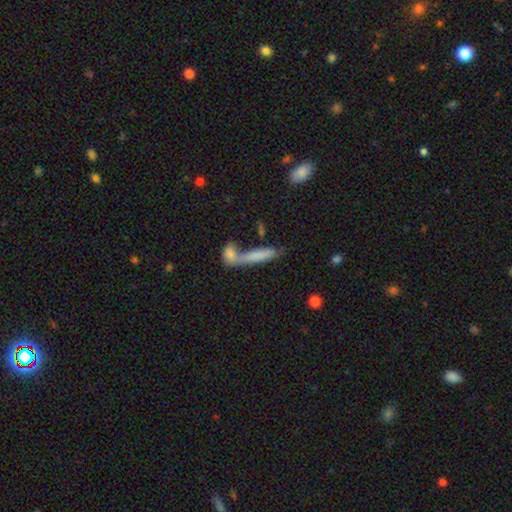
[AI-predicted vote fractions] smooth-or-featured: smooth: 65% | featured or disk: 24% | star or artifact: 10%
  how-rounded: cigar-shaped: 80% | in between: 17% | round: 3%
  merging: merger: 44% | none: 41% | minor disturbance: 10% | major disturbance: 6%